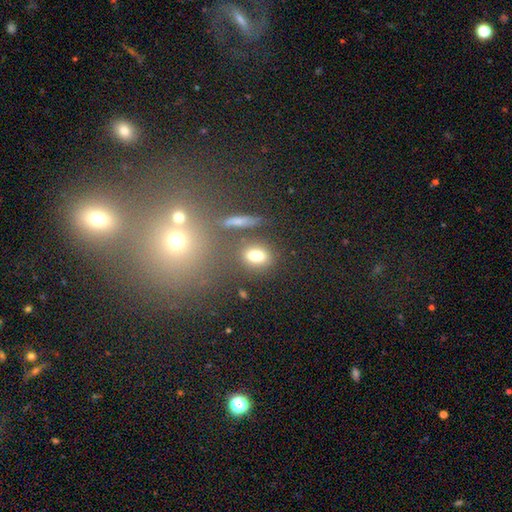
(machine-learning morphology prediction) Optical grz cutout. It shows a smooth galaxy with no disk features (76%) that is in between round and cigar-shaped (70%). Merging: none (72%).